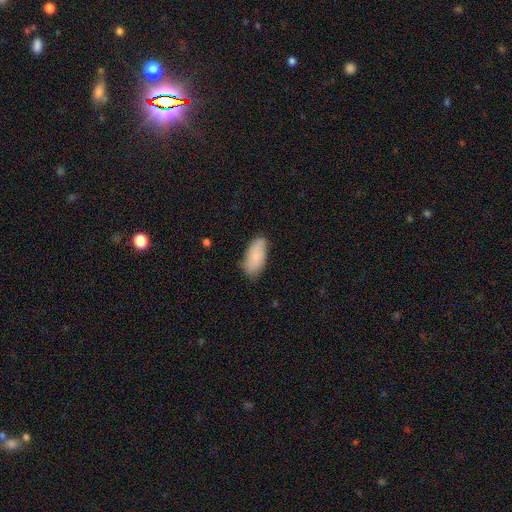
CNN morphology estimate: Overall: smooth (85%). How rounded: in between (90%). Merging: none (74%).